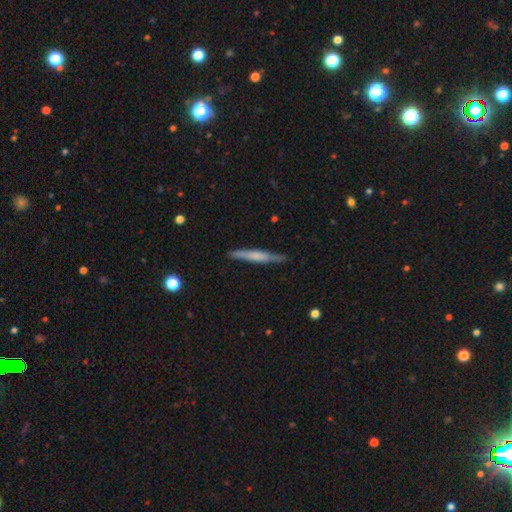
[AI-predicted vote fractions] Smooth or featured: smooth — 47% (tied with featured or disk — 47%)
Merging: none — 87% (minor disturbance — 10%)